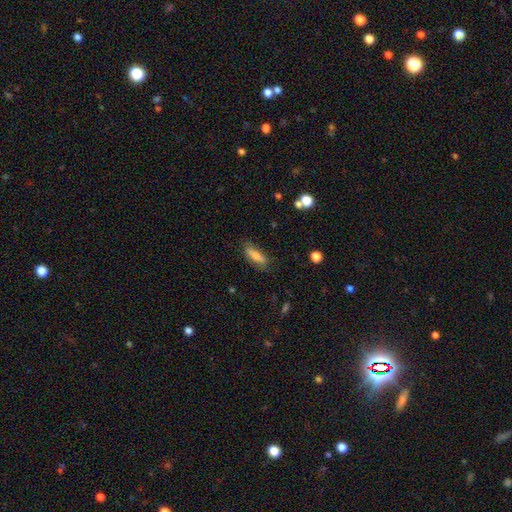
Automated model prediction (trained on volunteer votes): Smooth or featured? smooth (80%)
How rounded? cigar-shaped (54%)
Merging? none (74%)